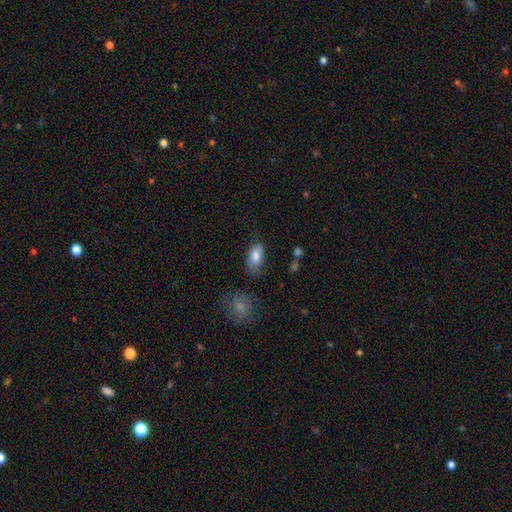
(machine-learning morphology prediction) This appears to be a smooth galaxy with no disk features (83%) that is in between round and cigar-shaped (91%). Merging: none (65%).